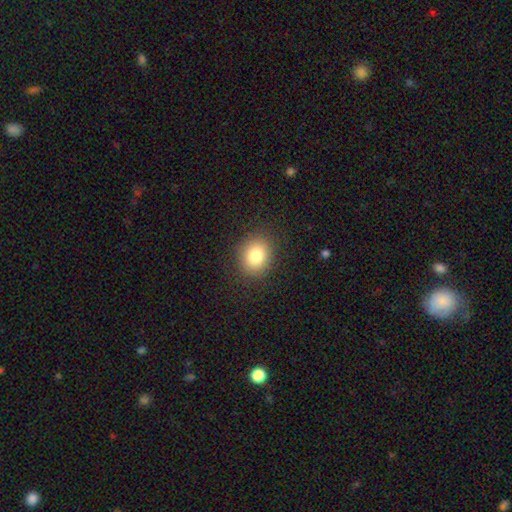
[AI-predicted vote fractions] This is clearly a smooth galaxy (82%). How rounded: likely round (69%). Merging: clearly none (88%).